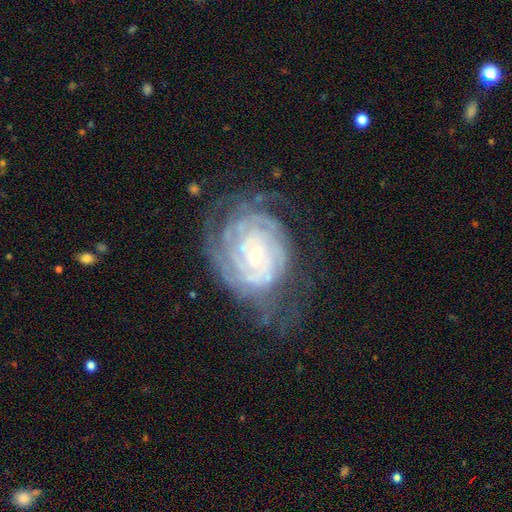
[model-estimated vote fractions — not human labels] Morphology: type=featured or disk (89%); edge-on=no (97%); bar=no (70%); spiral arms=yes (97%); winding=tight (82%); arm count=can't tell (32%); bulge=small (52%); merging=none (64%).